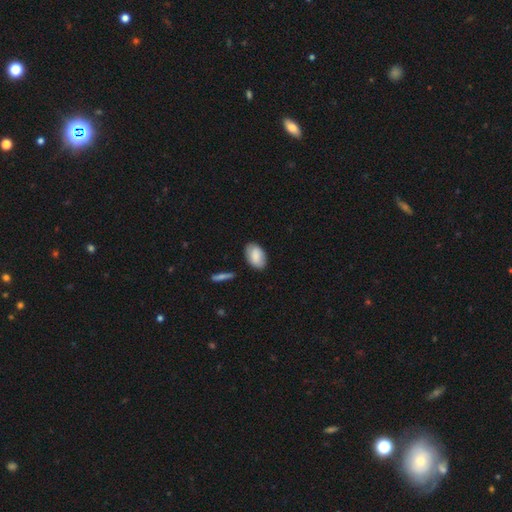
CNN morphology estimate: Smooth or featured? Predicted: smooth (p=0.84). How rounded? Predicted: in between (p=0.93). Merging? Predicted: none (p=0.82).